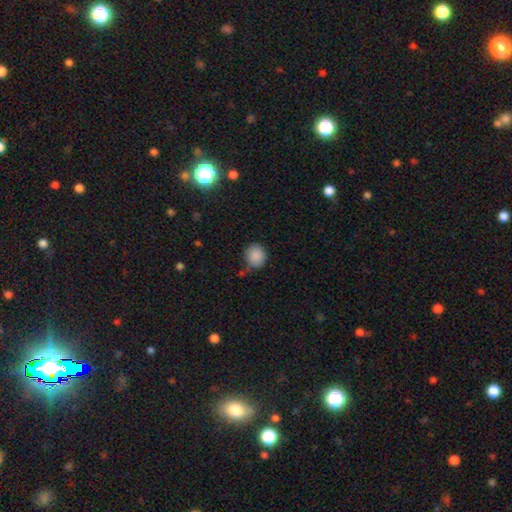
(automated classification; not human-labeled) This appears to be a smooth galaxy with no disk features (88%) that is round (75%). Merging: none (74%).